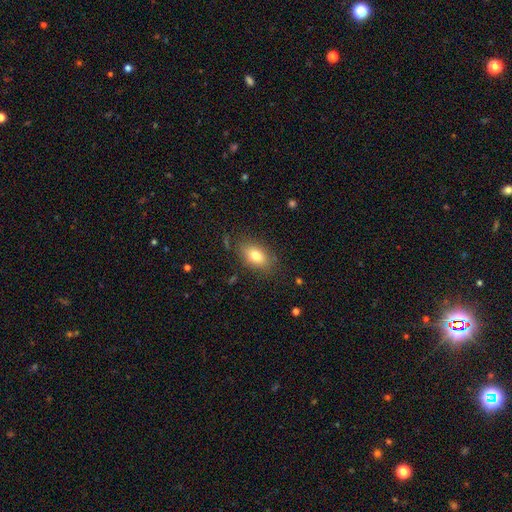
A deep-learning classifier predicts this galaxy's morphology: Q: Smooth or featured?
A: smooth (79%); runner-up: featured or disk (12%)
Q: How rounded?
A: in between (86%); runner-up: round (11%)
Q: Merging?
A: none (82%); runner-up: minor disturbance (12%)